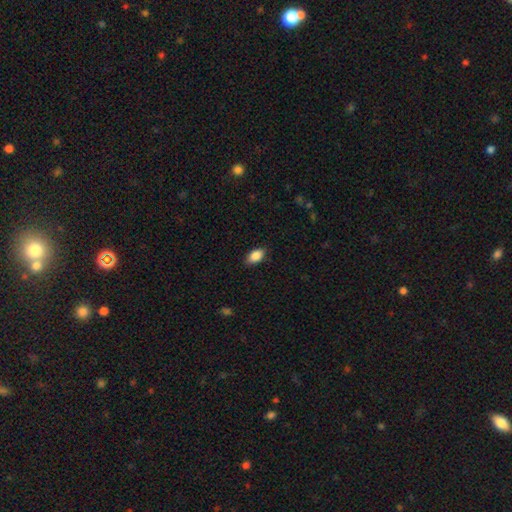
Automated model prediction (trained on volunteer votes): This is clearly a smooth galaxy (88%). How rounded: clearly in between (91%). Merging: clearly none (85%).